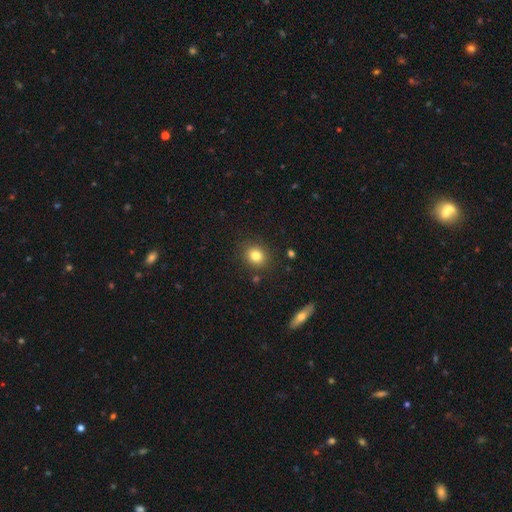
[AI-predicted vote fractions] A smooth galaxy with no disk features (81%) that is round (73%). Merging: none (86%).